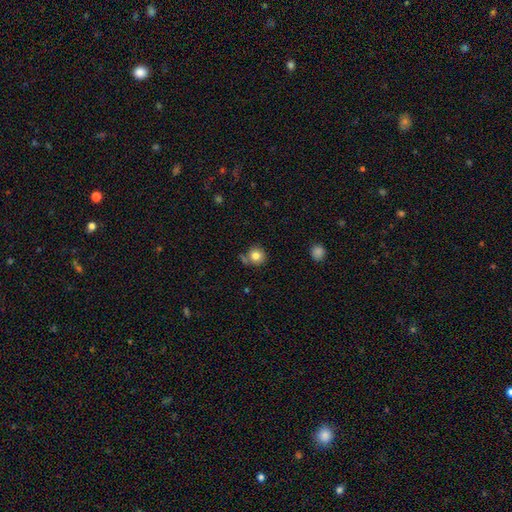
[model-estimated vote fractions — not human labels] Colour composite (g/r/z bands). It shows a smooth galaxy with no disk features (81%) that is round (91%). Merging: none (69%).